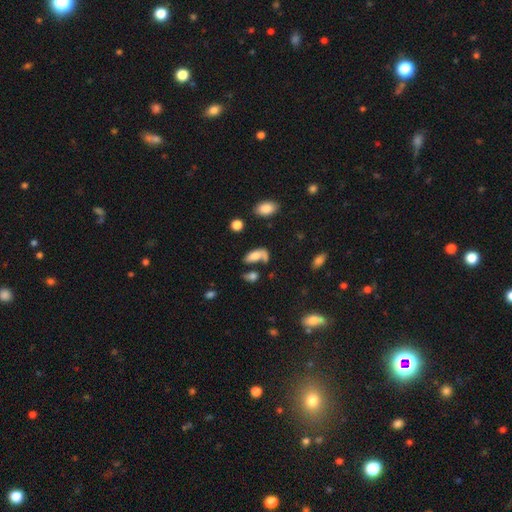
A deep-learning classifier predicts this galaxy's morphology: smooth_or_featured: smooth (p=0.63) [alt: featured or disk p=0.26]
how_rounded: in between (p=0.86) [alt: cigar-shaped p=0.09]
merging: none (p=0.32) [alt: merger p=0.27]